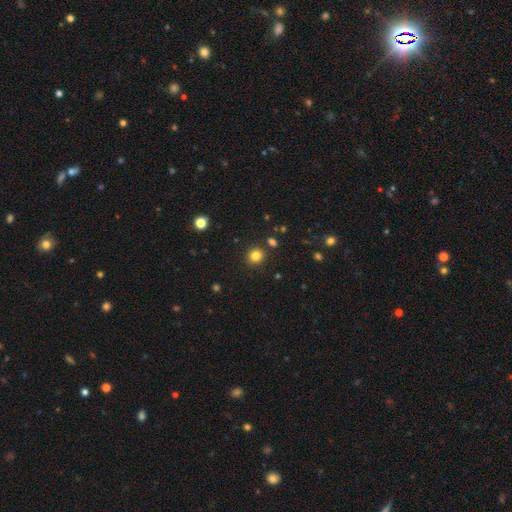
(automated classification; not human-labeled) Morphology: type=smooth (82%); roundness=round (90%); merging=none (89%).